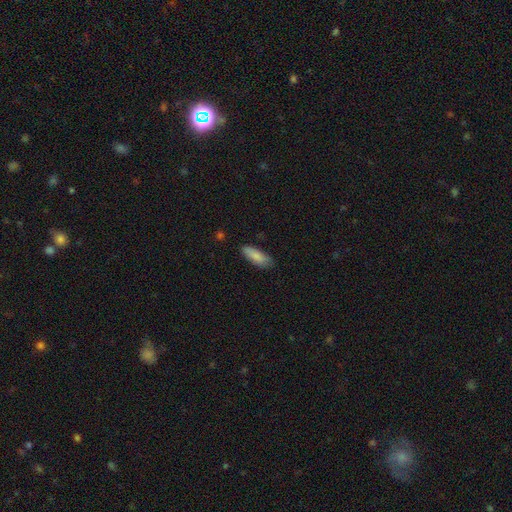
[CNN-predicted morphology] This appears to be a smooth galaxy with no disk features (86%) that is in between round and cigar-shaped (63%). Merging: none (79%).